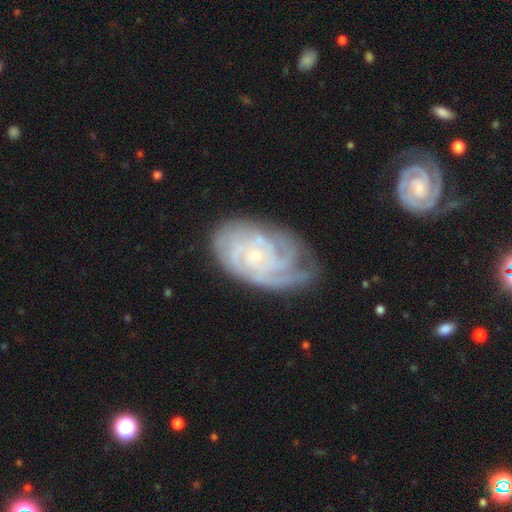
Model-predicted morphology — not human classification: This appears to be a featured or disk galaxy (83%) with no bar (72%), tight (73%) spiral arms (96%) and a small central bulge (73%). Merging: none (64%).